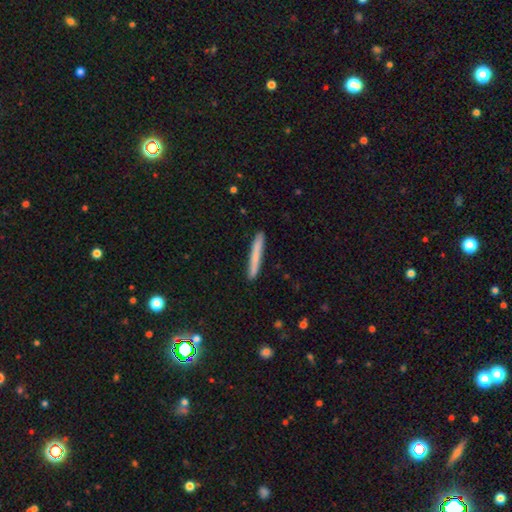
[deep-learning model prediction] This is likely a smooth galaxy (71%). How rounded: clearly cigar-shaped (96%). Merging: clearly none (90%).